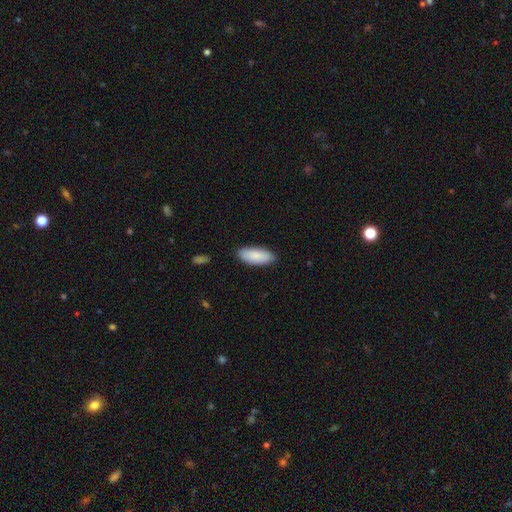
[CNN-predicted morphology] Smooth or featured? Predicted: smooth (p=0.87). How rounded? Predicted: in between (p=0.80). Merging? Predicted: none (p=0.86).